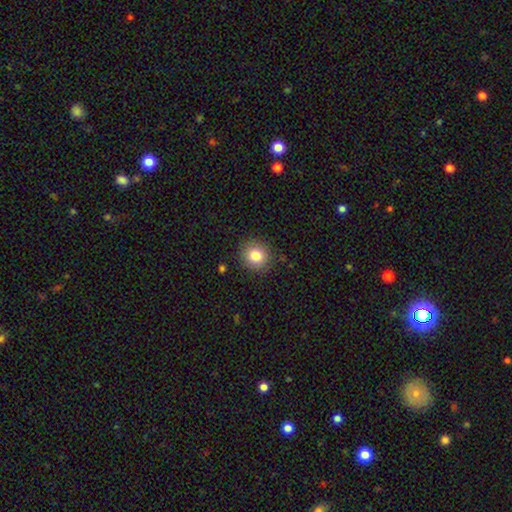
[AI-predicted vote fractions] Overall: smooth (81%). How rounded: round (87%). Merging: none (88%).